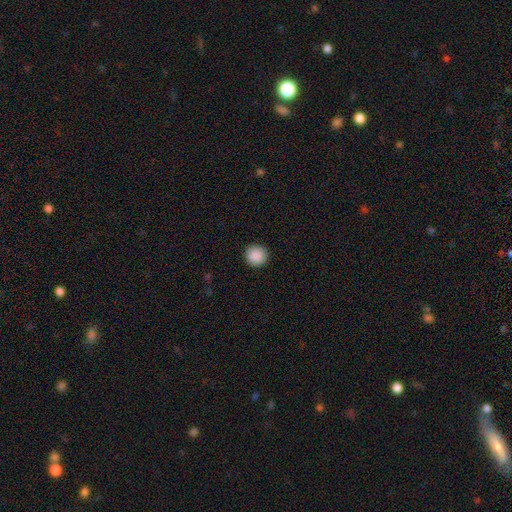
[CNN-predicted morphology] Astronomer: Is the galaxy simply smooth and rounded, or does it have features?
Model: smooth — 89%.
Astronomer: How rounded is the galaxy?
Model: round — 95%.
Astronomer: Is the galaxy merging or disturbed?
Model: none — 92%.